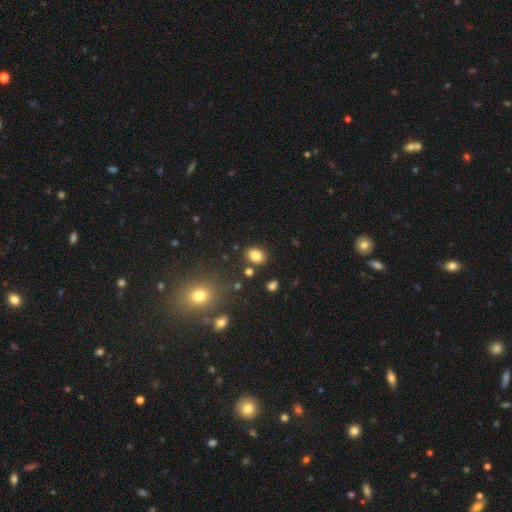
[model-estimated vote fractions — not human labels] Smooth or featured? Predicted: smooth (p=0.83). How rounded? Predicted: in between (p=0.73). Merging? Predicted: none (p=0.84).